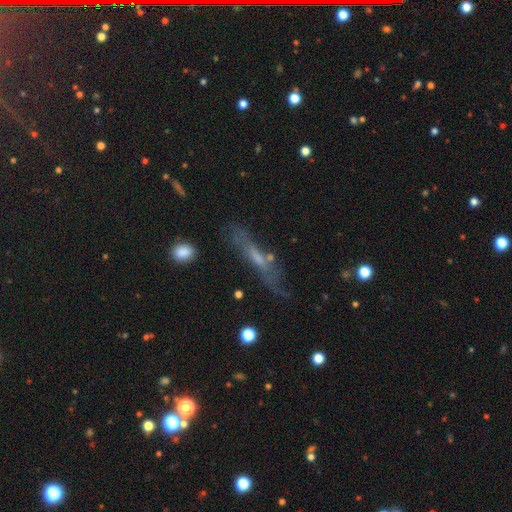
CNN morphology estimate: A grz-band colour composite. It shows a featured or disk galaxy (56%) viewed edge-on (65%). Merging: none (66%).